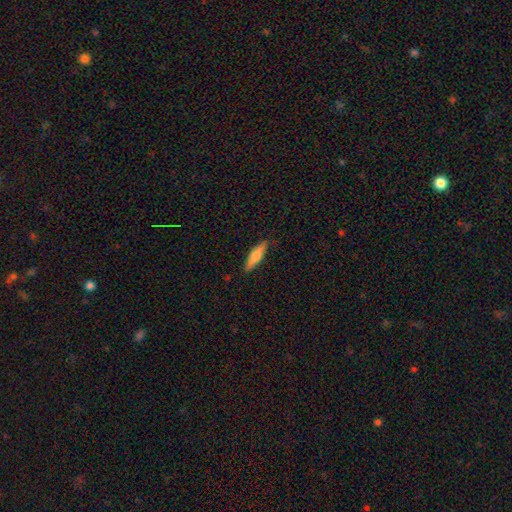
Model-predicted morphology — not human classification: Overall: smooth (63%; featured or disk 31%). How rounded: cigar-shaped (71%). Merging: none (87%).